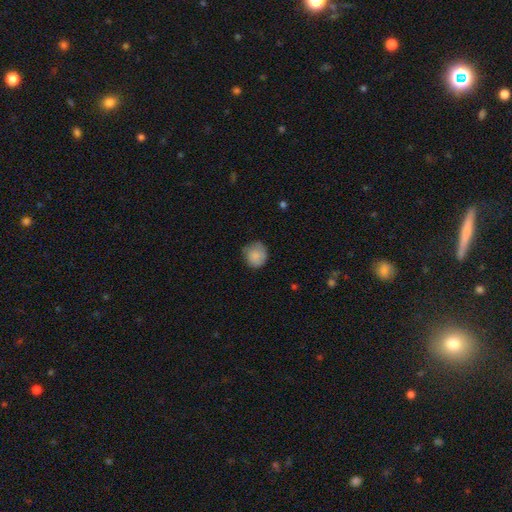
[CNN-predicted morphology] Q: Smooth or featured?
A: smooth (82%); runner-up: featured or disk (11%)
Q: How rounded?
A: round (85%); runner-up: in between (15%)
Q: Merging?
A: none (67%); runner-up: minor disturbance (26%)